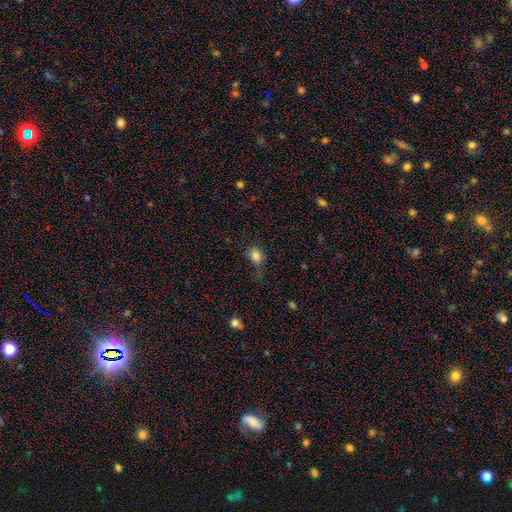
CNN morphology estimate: smooth_or_featured: smooth (p=0.82) [alt: star or artifact p=0.12]
how_rounded: in between (p=0.52) [alt: round p=0.47]
merging: none (p=0.57) [alt: minor disturbance p=0.27]